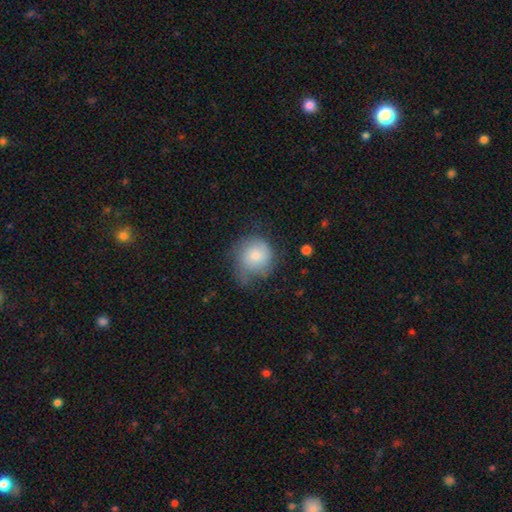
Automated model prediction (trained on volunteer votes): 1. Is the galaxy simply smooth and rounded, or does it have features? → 74% smooth, 18% featured or disk, 7% star or artifact.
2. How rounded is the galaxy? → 85% round, 14% in between, 1% cigar-shaped.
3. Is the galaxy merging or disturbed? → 38% none, 37% minor disturbance, 23% major disturbance, 3% merger.